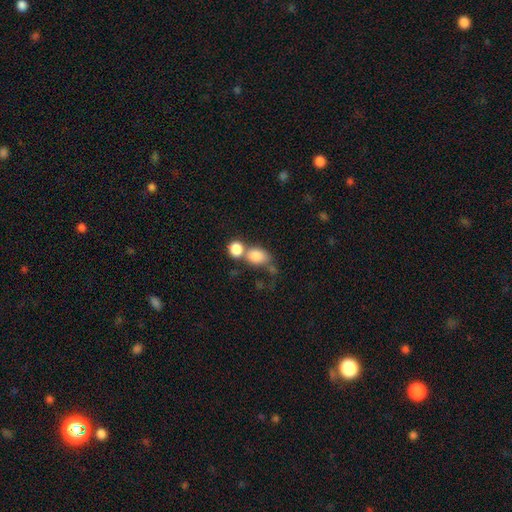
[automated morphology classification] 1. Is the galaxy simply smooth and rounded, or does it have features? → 81% smooth, 10% featured or disk, 9% star or artifact.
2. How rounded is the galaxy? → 57% in between, 41% round, 2% cigar-shaped.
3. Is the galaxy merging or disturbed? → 54% merger, 29% none, 10% minor disturbance, 7% major disturbance.